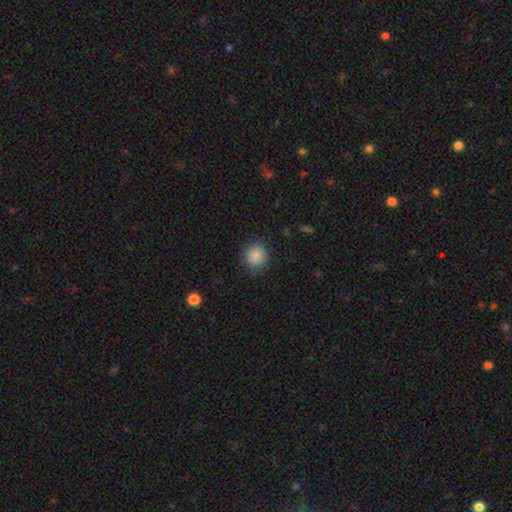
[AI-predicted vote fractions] Overall: smooth (87%). How rounded: round (84%). Merging: none (86%).